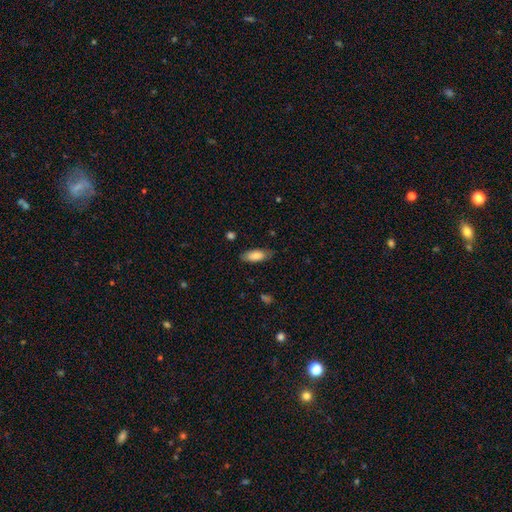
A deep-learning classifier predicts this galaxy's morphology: Smooth or featured?
  - smooth: 81% *
  - featured or disk: 13%
  - star or artifact: 6%
How rounded?
  - in between: 82% *
  - cigar-shaped: 16%
  - round: 2%
Merging?
  - none: 79% *
  - minor disturbance: 17%
  - major disturbance: 3%
  - merger: 1%